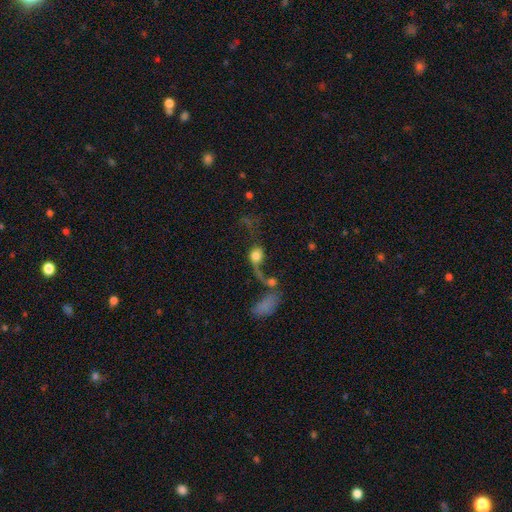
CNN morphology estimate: This appears to be a smooth galaxy with no disk features (53%) that is round (57%). Merging: merger (39%).